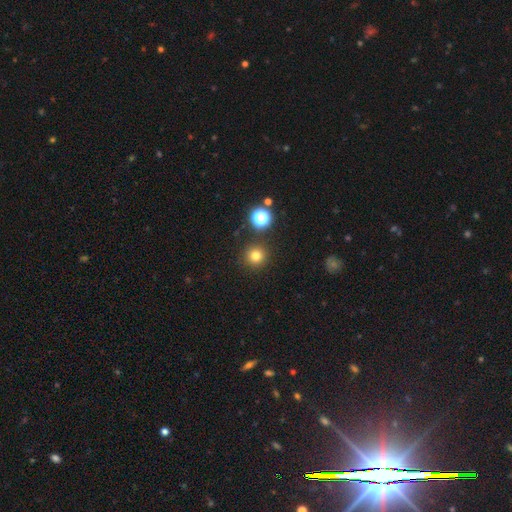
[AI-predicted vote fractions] Overall: smooth (77%). How rounded: round (95%). Merging: none (88%).